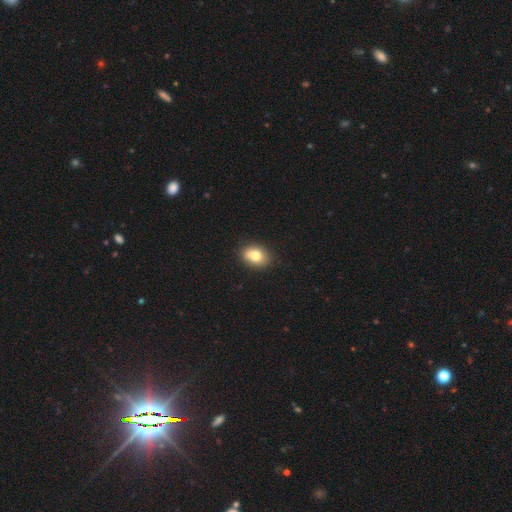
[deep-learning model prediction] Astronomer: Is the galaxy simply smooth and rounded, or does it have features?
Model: smooth — 80%.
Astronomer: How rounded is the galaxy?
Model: in between — 73%.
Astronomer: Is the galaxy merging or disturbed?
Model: none — 85%.